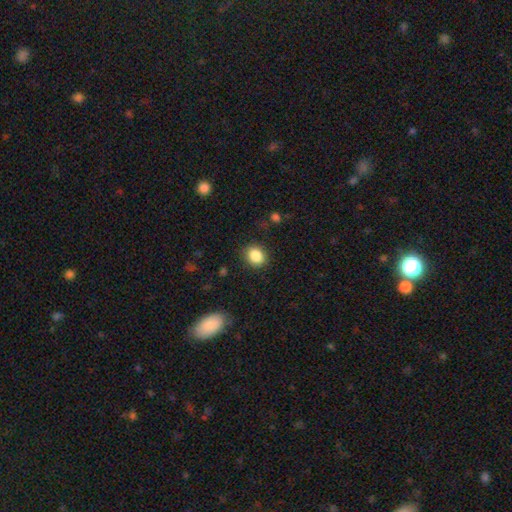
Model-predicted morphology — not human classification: smooth 86%, star or artifact 9%, featured or disk 5%. Down the decision tree: how rounded — round (59%); merging — none (86%).